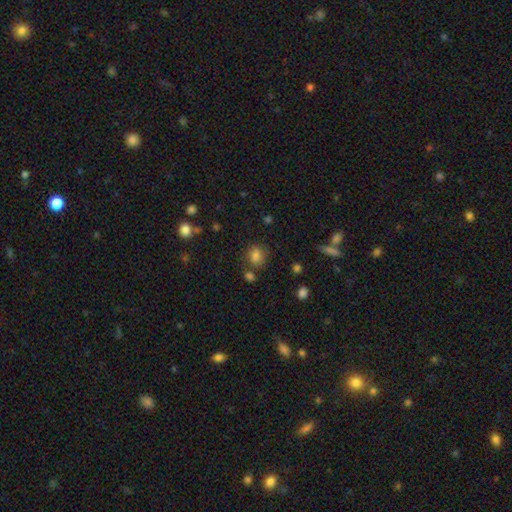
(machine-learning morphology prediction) Smooth or featured?
  - smooth: 81% *
  - star or artifact: 13%
  - featured or disk: 6%
How rounded?
  - round: 58% *
  - in between: 41%
  - cigar-shaped: 1%
Merging?
  - none: 72% *
  - minor disturbance: 14%
  - merger: 9%
  - major disturbance: 5%